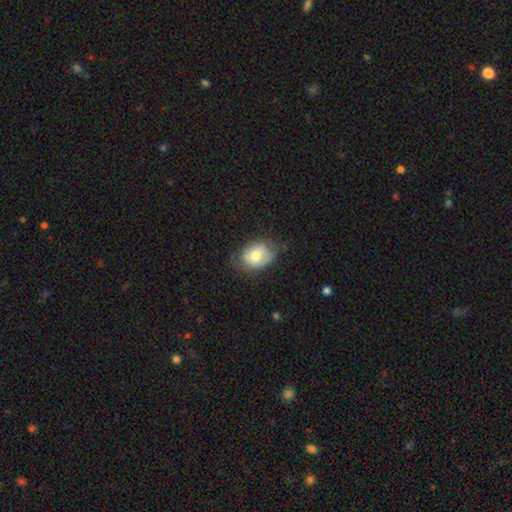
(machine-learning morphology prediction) A smooth galaxy with no disk features (65%) that is in between round and cigar-shaped (70%).

Vote fractions:
- Smooth or featured? smooth: 65% / featured or disk: 28% / star or artifact: 7%
- How rounded? in between: 70% / round: 29% / cigar-shaped: 1%
- Merging? none: 60% / minor disturbance: 29% / major disturbance: 10% / merger: 1%